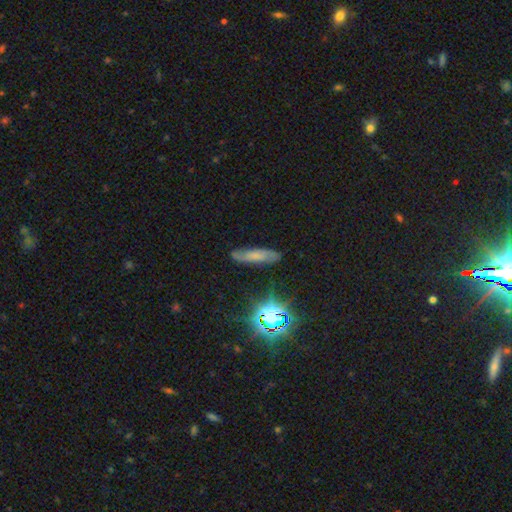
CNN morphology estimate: smooth-or-featured: smooth: 48% | featured or disk: 32% | star or artifact: 20%
  merging: none: 76% | minor disturbance: 17% | major disturbance: 5% | merger: 2%